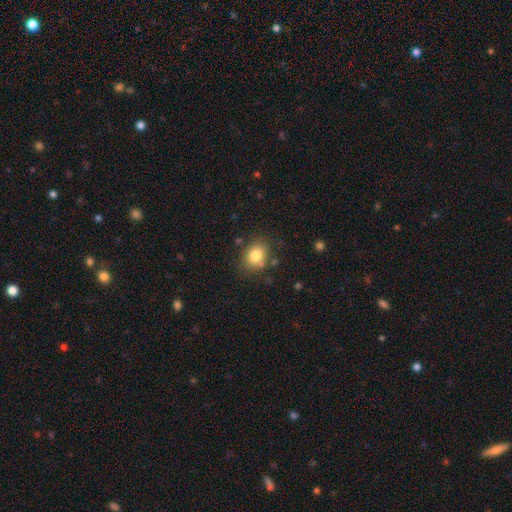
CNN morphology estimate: smooth-or-featured: smooth: 80% | star or artifact: 11% | featured or disk: 9%
  how-rounded: round: 56% | in between: 43% | cigar-shaped: 1%
  merging: none: 76% | minor disturbance: 15% | merger: 5% | major disturbance: 5%